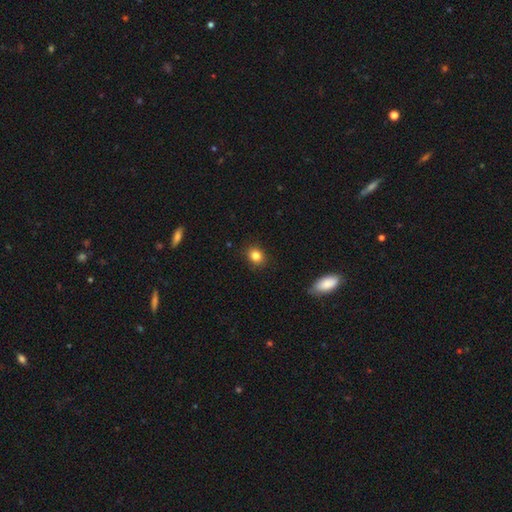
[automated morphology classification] A smooth galaxy with no disk features (84%) that is round (68%).

Vote fractions:
- Smooth or featured? smooth: 84% / star or artifact: 11% / featured or disk: 6%
- How rounded? round: 68% / in between: 31% / cigar-shaped: 1%
- Merging? none: 88% / minor disturbance: 9% / major disturbance: 2% / merger: 1%